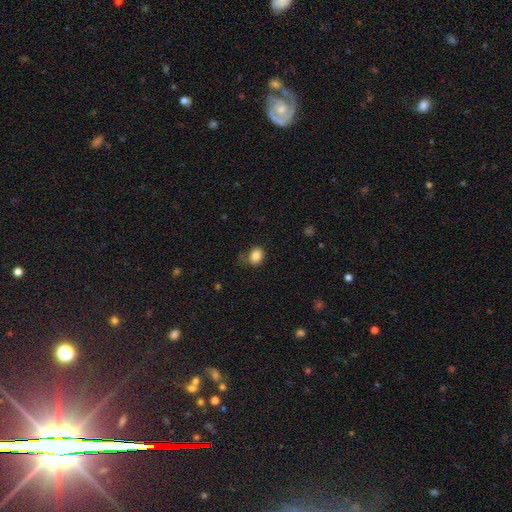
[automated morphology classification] smooth_or_featured: smooth (p=0.86) [alt: star or artifact p=0.10]
how_rounded: in between (p=0.53) [alt: round p=0.46]
merging: none (p=0.75) [alt: minor disturbance p=0.17]